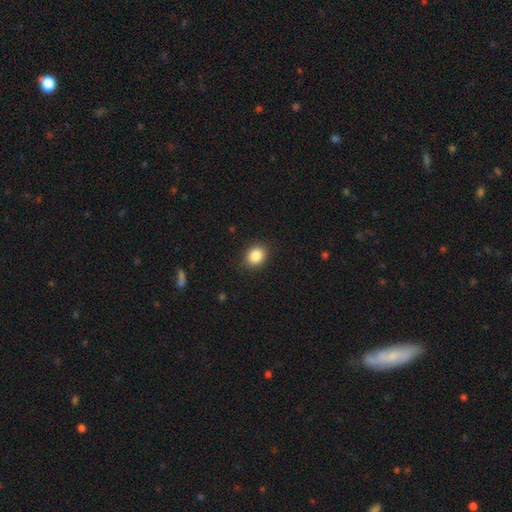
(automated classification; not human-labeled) Overall: smooth (87%). How rounded: round (54%; in between 45%). Merging: none (87%).